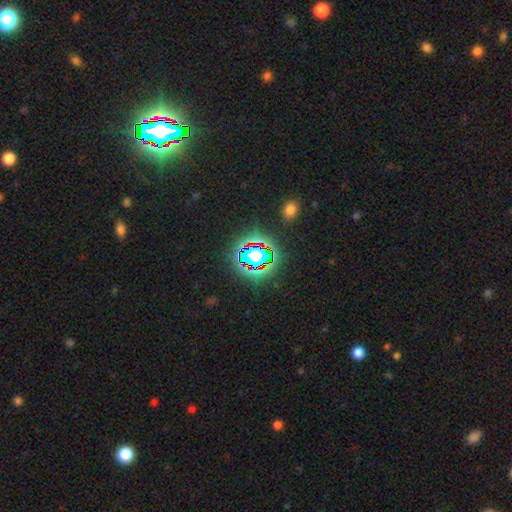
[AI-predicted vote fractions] Overall: star or artifact (66%).